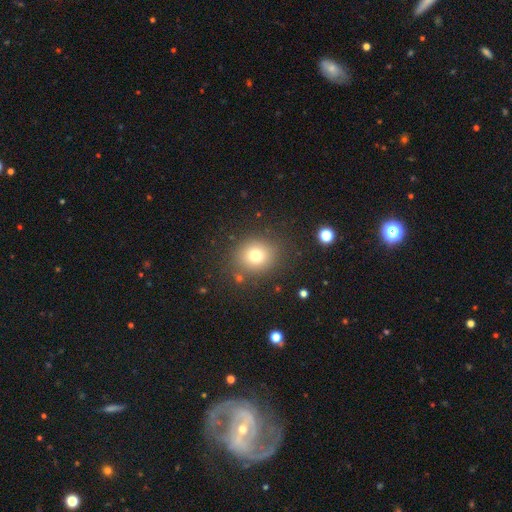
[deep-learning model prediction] Overall: smooth (74%). How rounded: round (77%). Merging: none (84%).